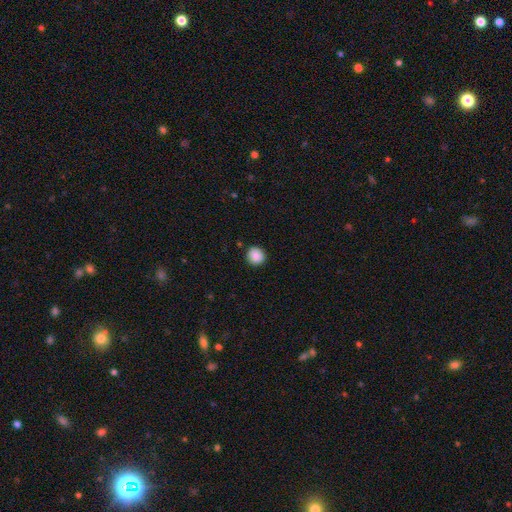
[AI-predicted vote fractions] Q: Smooth or featured?
A: smooth (89%); runner-up: star or artifact (8%)
Q: How rounded?
A: round (92%); runner-up: in between (7%)
Q: Merging?
A: none (92%); runner-up: minor disturbance (6%)